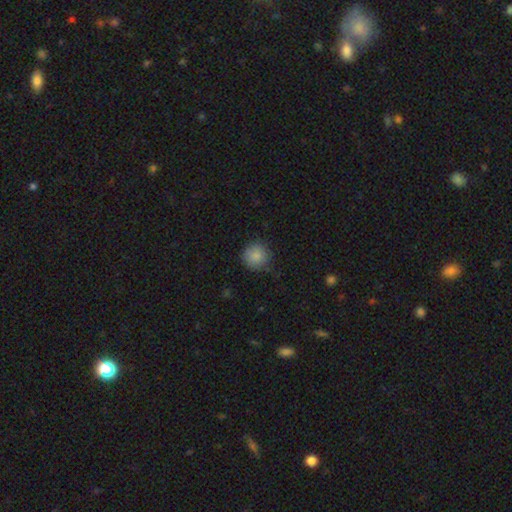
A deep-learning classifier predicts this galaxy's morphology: smooth_or_featured: smooth (p=0.86) [alt: star or artifact p=0.09]
how_rounded: round (p=0.93) [alt: in between p=0.06]
merging: none (p=0.81) [alt: minor disturbance p=0.15]